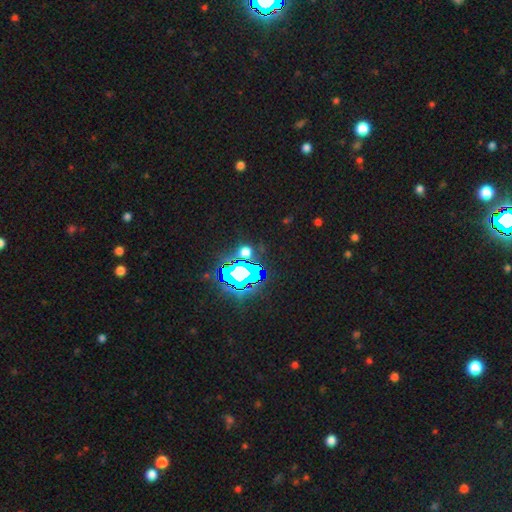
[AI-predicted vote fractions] Smooth or featured?
  - star or artifact: 85% *
  - smooth: 9%
  - featured or disk: 6%